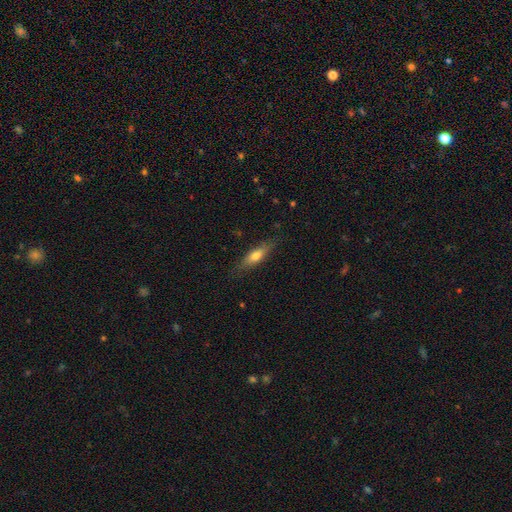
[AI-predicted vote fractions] Smooth or featured? Predicted: smooth (p=0.65). How rounded? Predicted: cigar-shaped (p=0.56). Merging? Predicted: none (p=0.79).